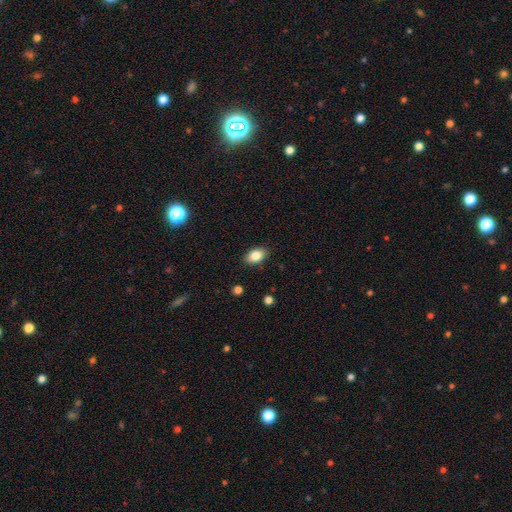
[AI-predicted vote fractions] Smooth or featured?
  - smooth: 85% *
  - star or artifact: 8%
  - featured or disk: 7%
How rounded?
  - in between: 88% *
  - round: 10%
  - cigar-shaped: 1%
Merging?
  - none: 88% *
  - minor disturbance: 9%
  - major disturbance: 2%
  - merger: 1%